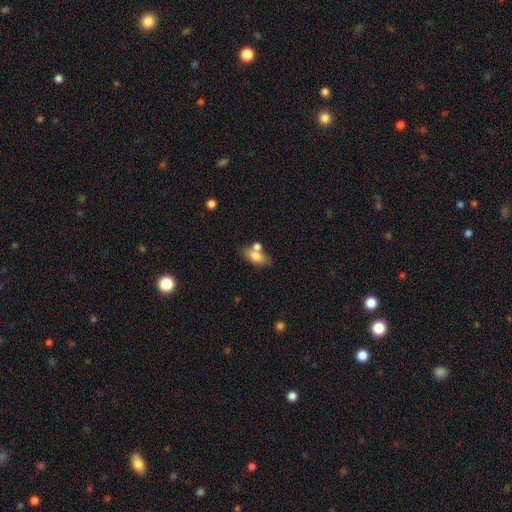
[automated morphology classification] type=smooth (74%); roundness=in between (81%); merging=none (49%).